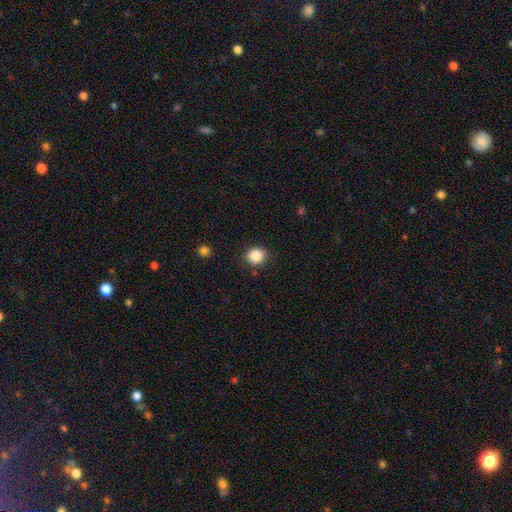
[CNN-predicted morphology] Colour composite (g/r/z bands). It shows a smooth galaxy with no disk features (87%) that is round (82%). Merging: none (86%).